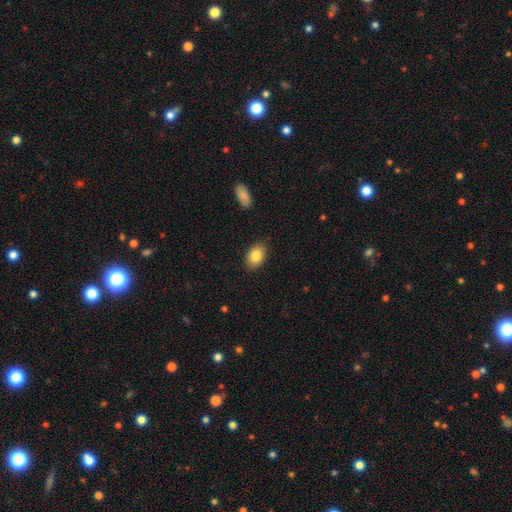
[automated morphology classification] Smooth or featured? Predicted: smooth (p=0.85). How rounded? Predicted: in between (p=0.87). Merging? Predicted: none (p=0.86).